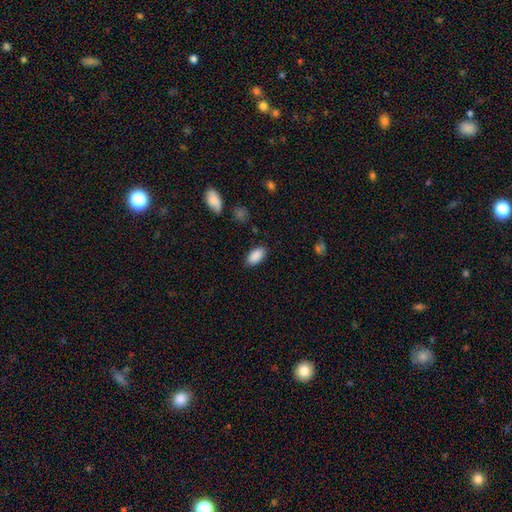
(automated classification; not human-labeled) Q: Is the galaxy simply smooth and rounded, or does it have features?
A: smooth — 89%.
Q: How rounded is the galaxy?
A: in between — 94%.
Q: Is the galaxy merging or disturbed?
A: none — 85%.